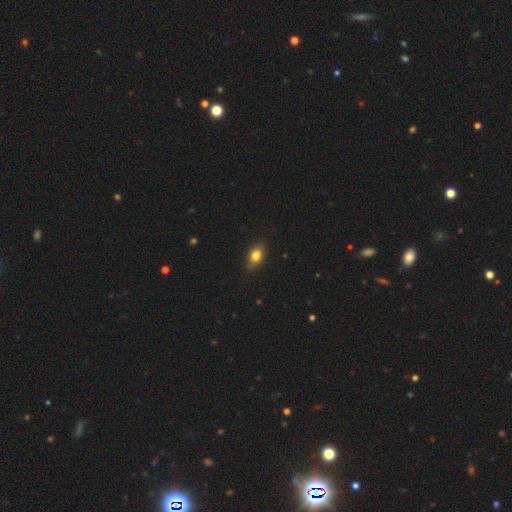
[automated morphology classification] smooth_or_featured: smooth (p=0.81) [alt: star or artifact p=0.10]
how_rounded: in between (p=0.78) [alt: round p=0.18]
merging: none (p=0.78) [alt: minor disturbance p=0.17]